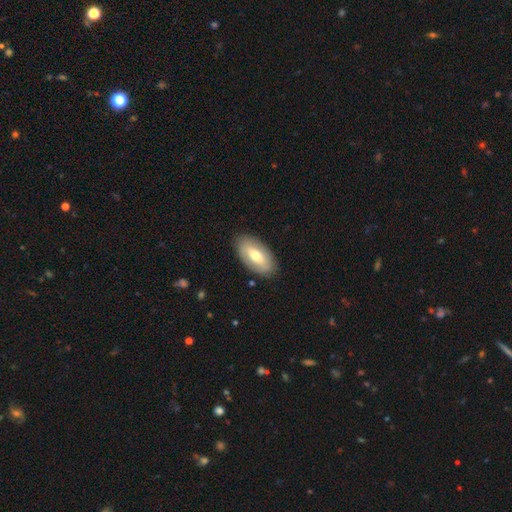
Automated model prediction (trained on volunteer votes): Smooth or featured? smooth (58%)
How rounded? in between (93%)
Merging? none (86%)